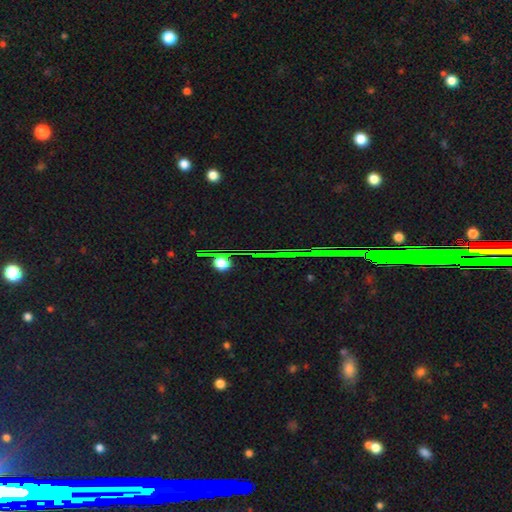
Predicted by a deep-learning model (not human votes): Morphology: type=star or artifact (81%).